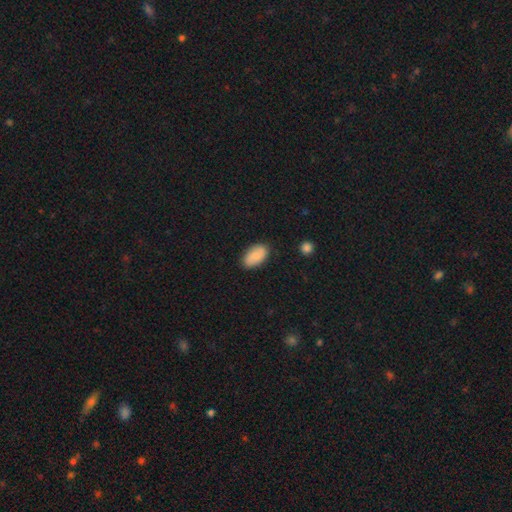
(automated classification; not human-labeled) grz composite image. It shows a smooth galaxy with no disk features (85%) that is in between round and cigar-shaped (94%). Merging: none (84%).